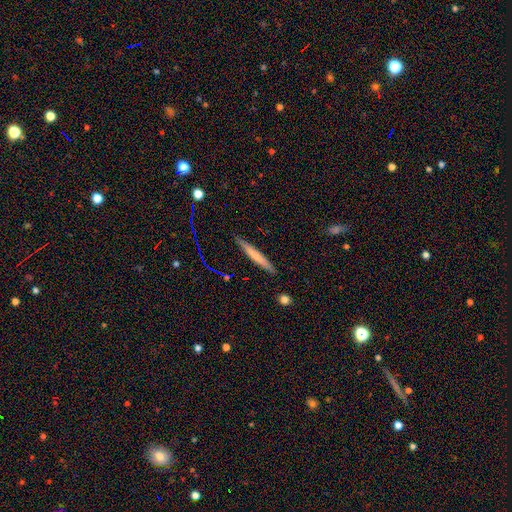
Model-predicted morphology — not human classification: A smooth galaxy with no disk features (63%) that is cigar-shaped (96%).

Vote fractions:
- Smooth or featured? smooth: 63% / featured or disk: 30% / star or artifact: 7%
- How rounded? cigar-shaped: 96% / in between: 3% / round: 1%
- Merging? none: 89% / minor disturbance: 8% / major disturbance: 2% / merger: 1%